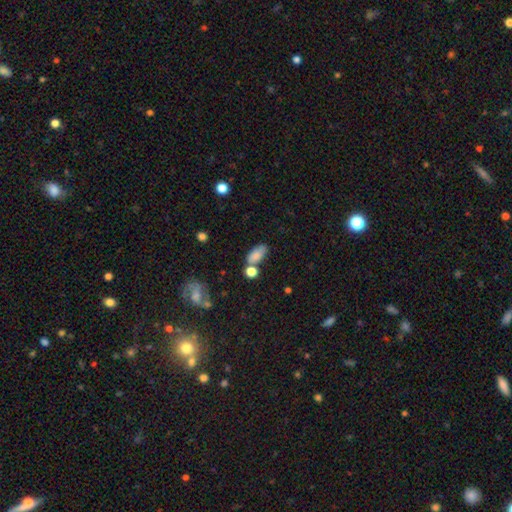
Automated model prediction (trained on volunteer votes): Q: Smooth or featured?
A: smooth (79%); runner-up: featured or disk (11%)
Q: How rounded?
A: in between (86%); runner-up: cigar-shaped (7%)
Q: Merging?
A: none (56%); runner-up: minor disturbance (19%)